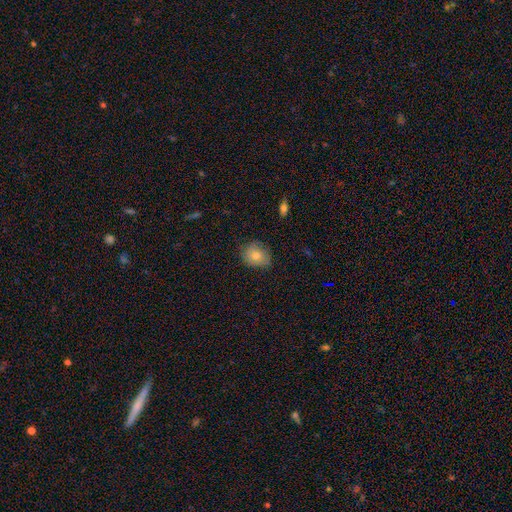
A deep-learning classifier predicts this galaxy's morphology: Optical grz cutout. It shows a smooth galaxy with no disk features (79%) that is round (66%). Merging: none (73%).